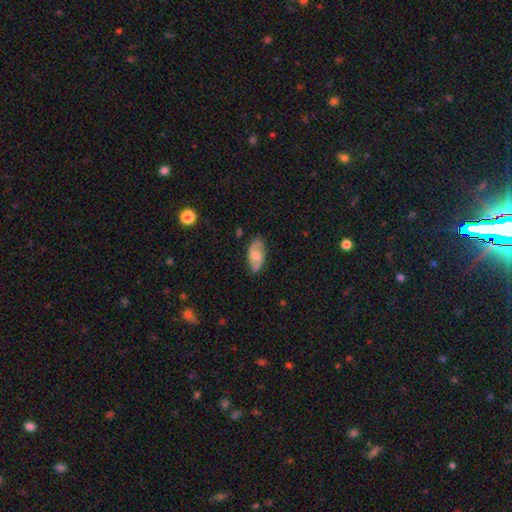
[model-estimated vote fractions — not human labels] Morphology: type=featured or disk (58%); edge-on=no (92%); bar=no (62%); spiral arms=yes (85%); bulge=moderate (49%); merging=none (78%).